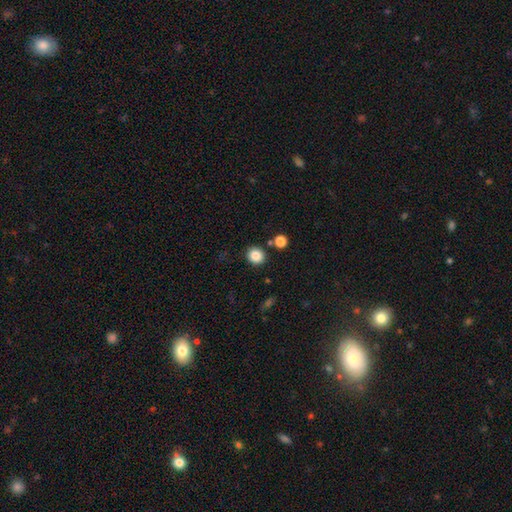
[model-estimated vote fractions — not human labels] This is clearly a smooth galaxy (86%). How rounded: clearly round (83%). Merging: clearly none (85%).